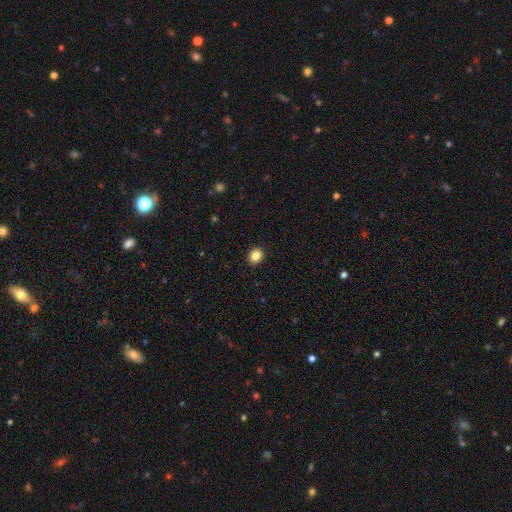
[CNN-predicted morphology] smooth-or-featured: smooth: 85% | star or artifact: 10% | featured or disk: 5%
  how-rounded: round: 55% | in between: 44% | cigar-shaped: 1%
  merging: none: 91% | minor disturbance: 6% | major disturbance: 2% | merger: 1%